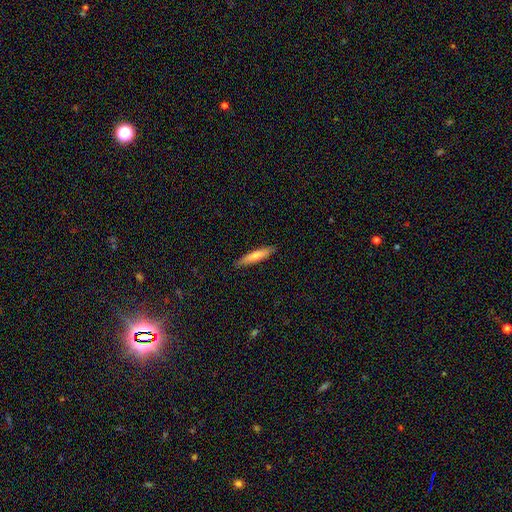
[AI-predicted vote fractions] Overall: smooth (72%). How rounded: cigar-shaped (89%). Merging: none (88%).